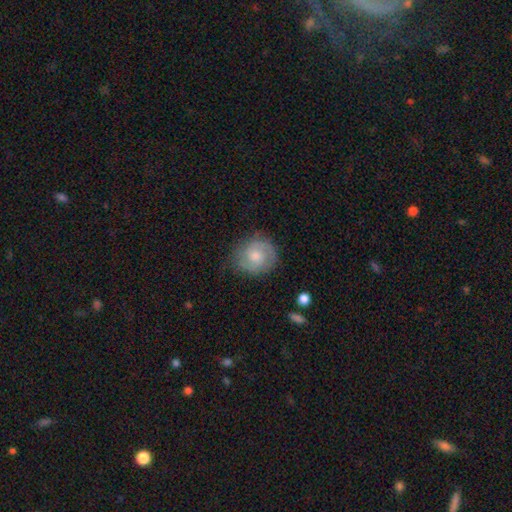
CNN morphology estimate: The model was most divided on "smooth or featured": smooth: 47%, featured or disk: 46%, star or artifact: 7%. More confident: merging — none (75%).